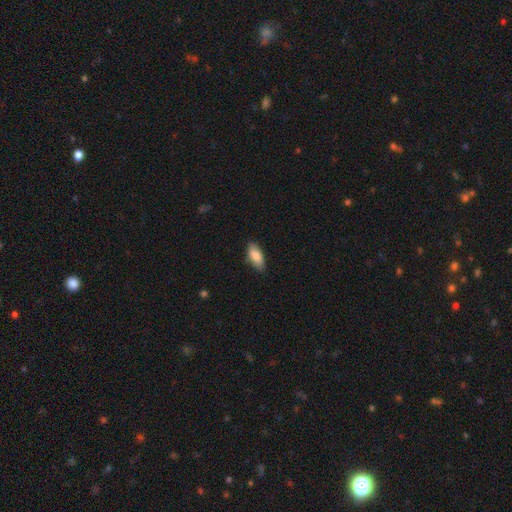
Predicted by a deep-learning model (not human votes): This appears to be a smooth galaxy with no disk features (85%) that is in between round and cigar-shaped (84%). Merging: none (81%).